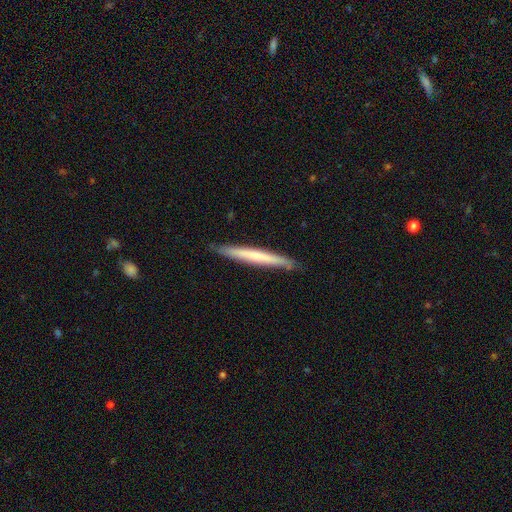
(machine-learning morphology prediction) smooth-or-featured: smooth: 55% | featured or disk: 39% | star or artifact: 5%
  how-rounded: cigar-shaped: 97% | in between: 2% | round: 1%
  merging: none: 89% | minor disturbance: 8% | major disturbance: 1% | merger: 1%